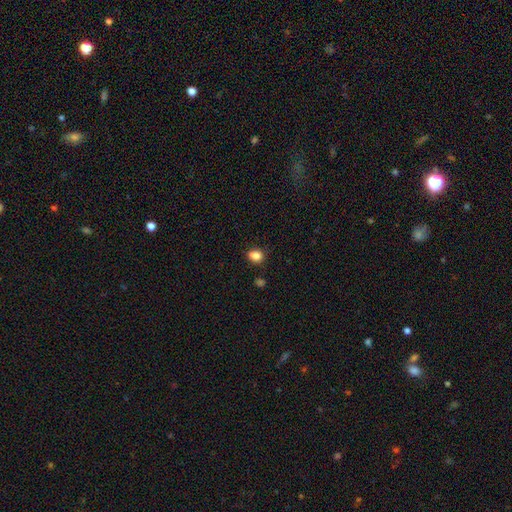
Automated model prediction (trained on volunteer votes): A smooth galaxy with no disk features (81%) that is round (58%). Merging: none (61%).